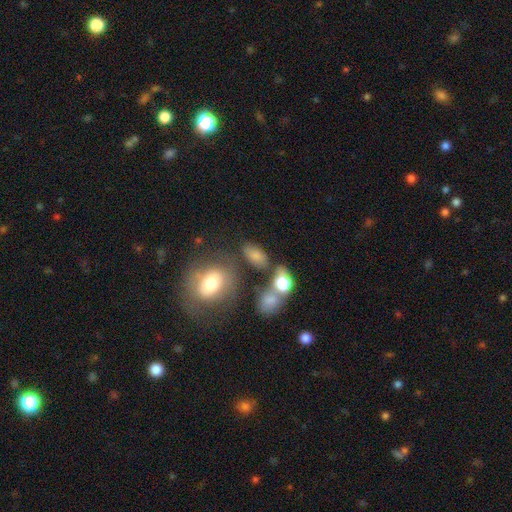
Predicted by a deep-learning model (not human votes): Smooth or featured: smooth — 70% (featured or disk — 15%)
How rounded: in between — 81% (round — 15%)
Merging: none — 59% (minor disturbance — 17%)